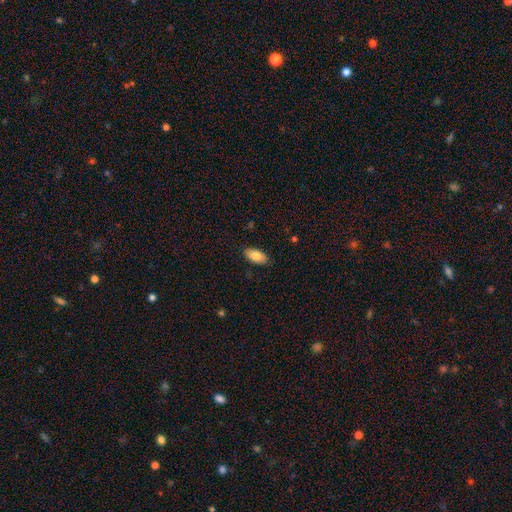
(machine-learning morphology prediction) smooth_or_featured: smooth (p=0.83) [alt: featured or disk p=0.10]
how_rounded: in between (p=0.92) [alt: cigar-shaped p=0.06]
merging: none (p=0.87) [alt: minor disturbance p=0.10]